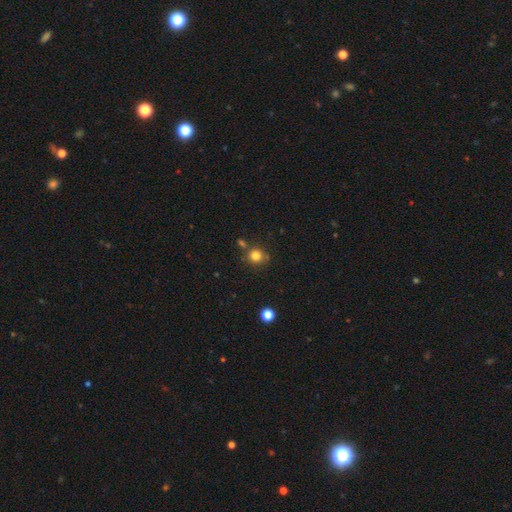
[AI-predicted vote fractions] This appears to be a smooth galaxy with no disk features (81%) that is round (88%). Merging: none (76%).